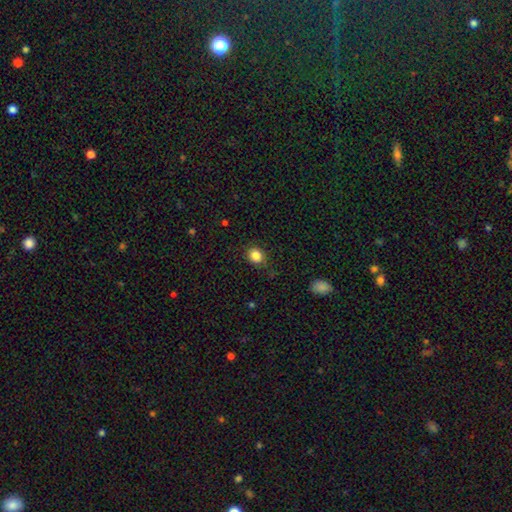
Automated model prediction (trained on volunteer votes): The model was most divided on "how rounded": round: 71%, in between: 28%, cigar-shaped: 1%. More confident: smooth or featured — smooth (85%); merging — none (83%).